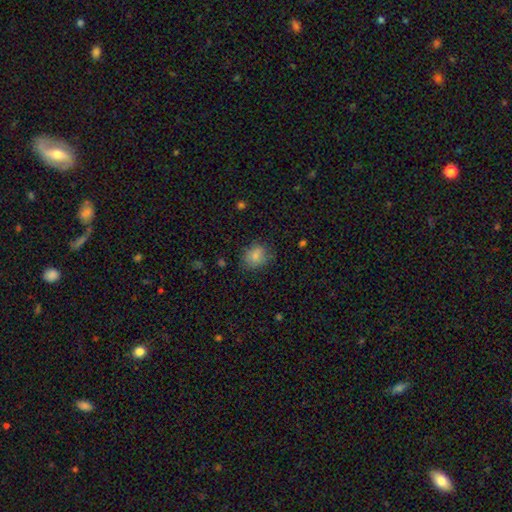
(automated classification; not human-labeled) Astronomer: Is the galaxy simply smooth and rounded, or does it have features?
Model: smooth — 81%.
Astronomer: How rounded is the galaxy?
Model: round — 60% (runner-up: in between, 39%).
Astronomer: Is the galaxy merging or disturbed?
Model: none — 73%.